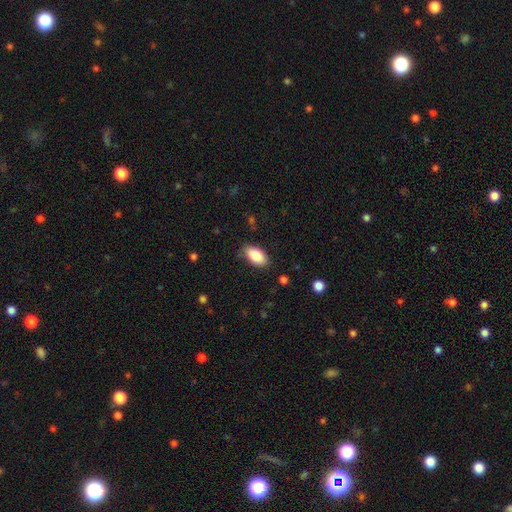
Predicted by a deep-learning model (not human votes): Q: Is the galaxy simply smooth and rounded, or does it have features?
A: smooth — 85%.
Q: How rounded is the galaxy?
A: in between — 93%.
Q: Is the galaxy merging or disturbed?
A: none — 83%.